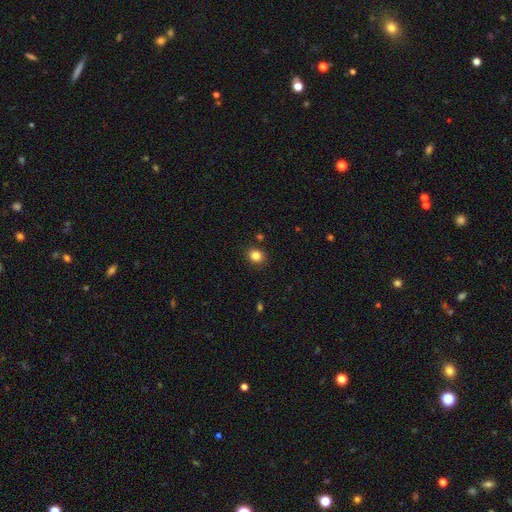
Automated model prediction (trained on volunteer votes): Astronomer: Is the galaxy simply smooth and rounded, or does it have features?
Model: smooth — 83%.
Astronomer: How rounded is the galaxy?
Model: round — 76%.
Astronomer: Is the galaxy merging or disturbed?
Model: none — 88%.